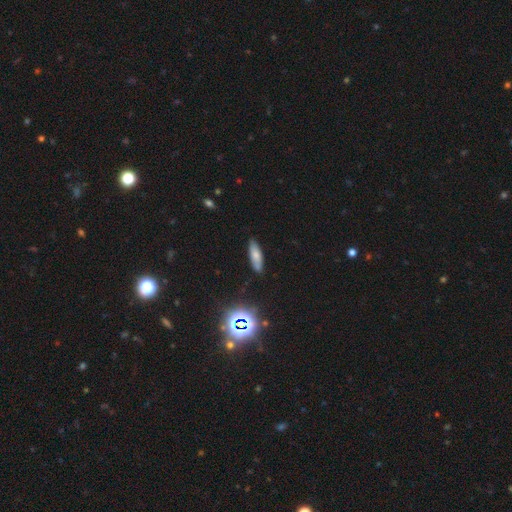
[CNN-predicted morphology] Smooth or featured? Predicted: smooth (p=0.69). How rounded? Predicted: in between (p=0.52). Merging? Predicted: none (p=0.83).